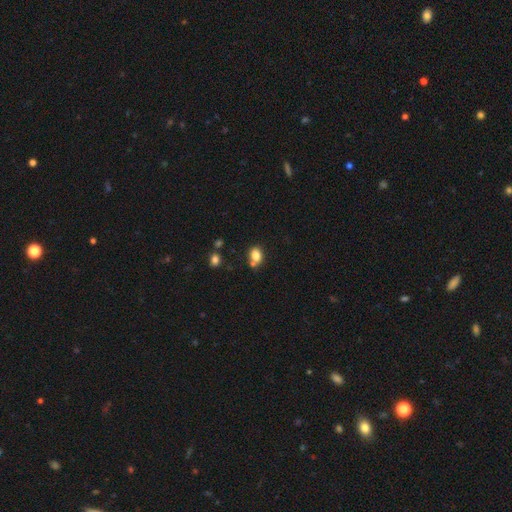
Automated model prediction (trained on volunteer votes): Smooth or featured? Predicted: smooth (p=0.82). How rounded? Predicted: in between (p=0.59). Merging? Predicted: none (p=0.57).